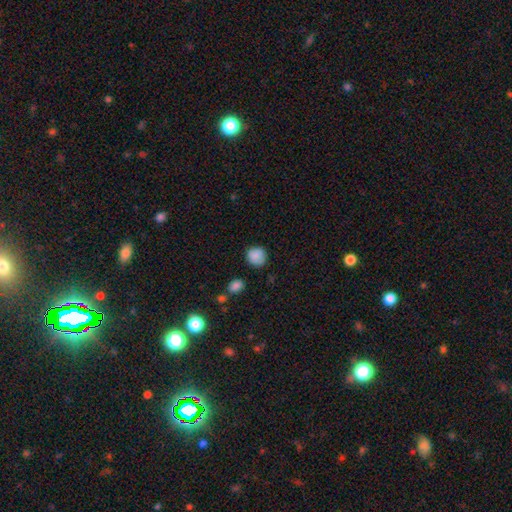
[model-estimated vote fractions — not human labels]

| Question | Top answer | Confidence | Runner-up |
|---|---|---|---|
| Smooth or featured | smooth | 86% | star or artifact (9%) |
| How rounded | round | 85% | in between (14%) |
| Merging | none | 78% | minor disturbance (16%) |